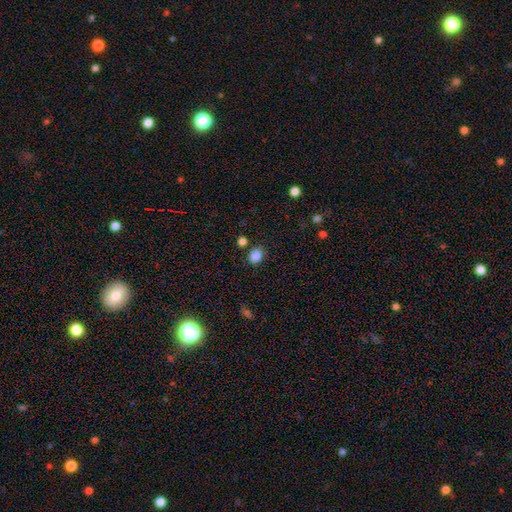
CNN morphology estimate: Smooth or featured: smooth — 85% (star or artifact — 11%)
How rounded: round — 63% (in between — 36%)
Merging: none — 81% (minor disturbance — 11%)